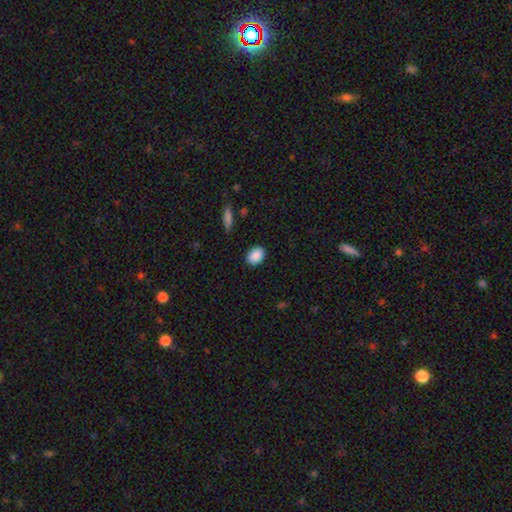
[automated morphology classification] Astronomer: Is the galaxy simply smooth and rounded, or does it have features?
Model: smooth — 89%.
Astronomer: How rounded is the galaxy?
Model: in between — 74%.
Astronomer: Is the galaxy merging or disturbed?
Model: none — 88%.